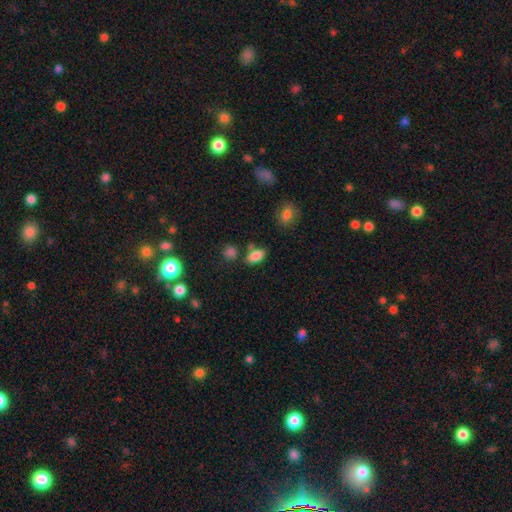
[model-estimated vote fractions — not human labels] A smooth galaxy with no disk features (84%) that is in between round and cigar-shaped (89%). Merging: none (68%).